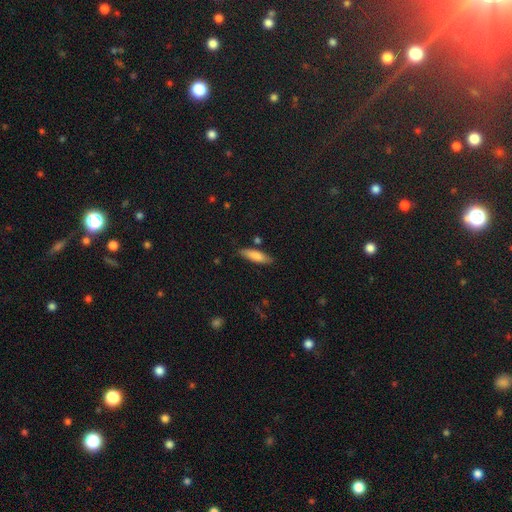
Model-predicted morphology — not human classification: smooth_or_featured: smooth (p=0.80) [alt: featured or disk p=0.14]
how_rounded: cigar-shaped (p=0.61) [alt: in between p=0.37]
merging: none (p=0.82) [alt: minor disturbance p=0.12]